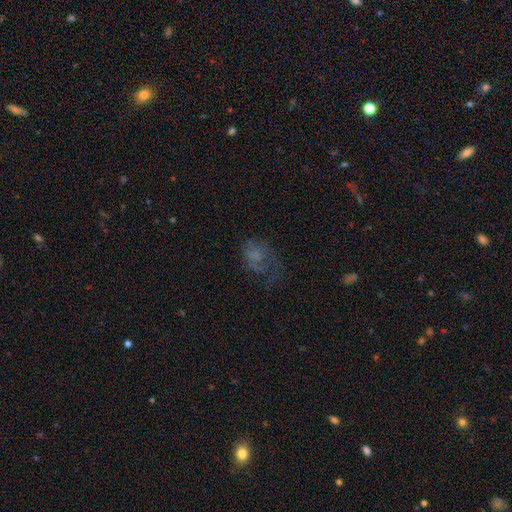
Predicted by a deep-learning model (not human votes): smooth-or-featured: smooth: 44% | featured or disk: 39% | star or artifact: 17%
  merging: major disturbance: 45% | none: 31% | minor disturbance: 21% | merger: 3%